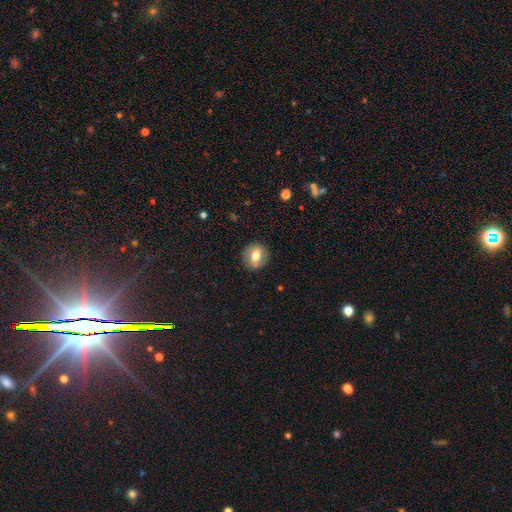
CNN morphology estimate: smooth 60%, featured or disk 32%, star or artifact 8%. Down the decision tree: how rounded — round (66%); merging — none (85%).